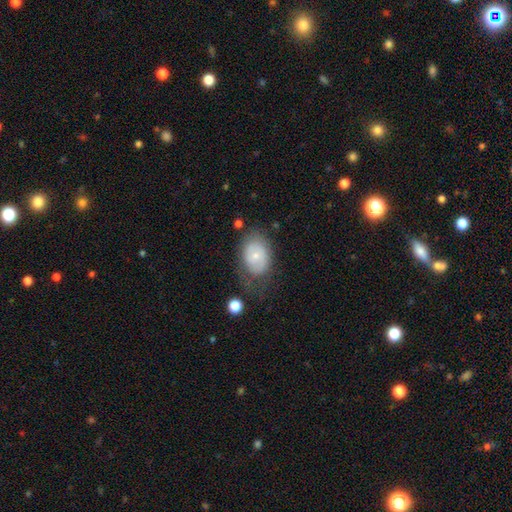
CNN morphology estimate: Smooth or featured? Predicted: smooth (p=0.59). How rounded? Predicted: in between (p=0.77). Merging? Predicted: none (p=0.58).